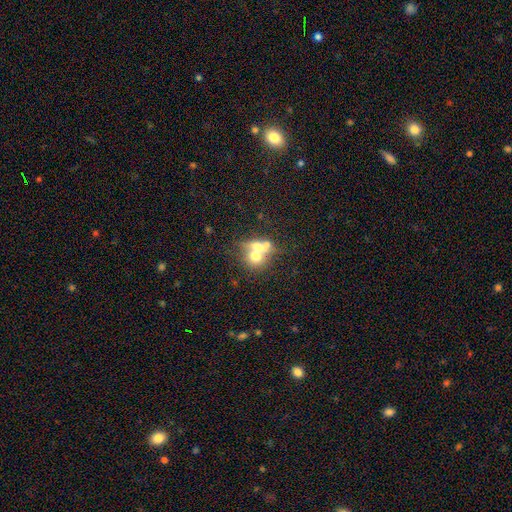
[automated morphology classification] smooth 62%, featured or disk 27%, star or artifact 11%. Down the decision tree: how rounded — round (63%); merging — merger (65%).